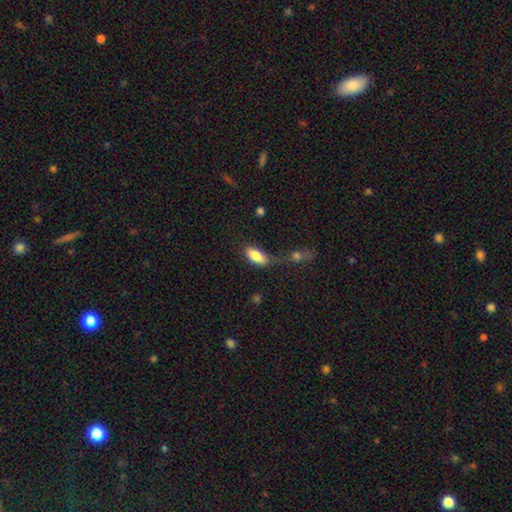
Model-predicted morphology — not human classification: Smooth or featured?
  - smooth: 84% *
  - featured or disk: 9%
  - star or artifact: 8%
How rounded?
  - in between: 89% *
  - cigar-shaped: 7%
  - round: 3%
Merging?
  - none: 50% *
  - merger: 20%
  - minor disturbance: 20%
  - major disturbance: 10%